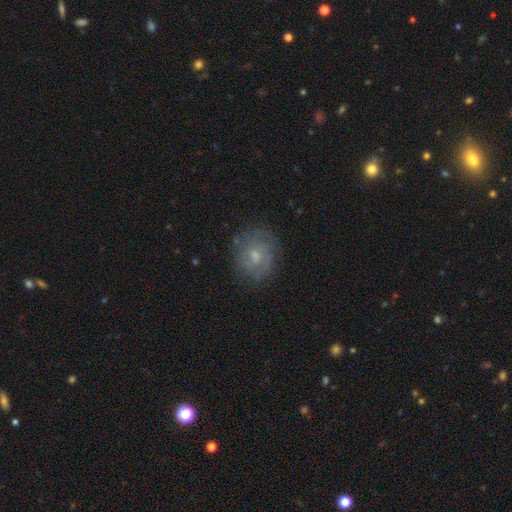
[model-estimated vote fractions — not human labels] This appears to be a featured or disk galaxy (53%) with no bar (71%), spiral arms (73%) and a moderate central bulge (49%). Merging: none (75%).